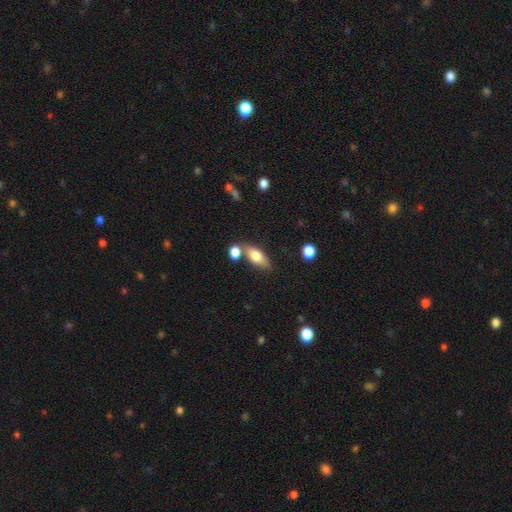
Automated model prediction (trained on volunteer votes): This appears to be a smooth galaxy with no disk features (72%) that is in between round and cigar-shaped (79%). Merging: none (62%).